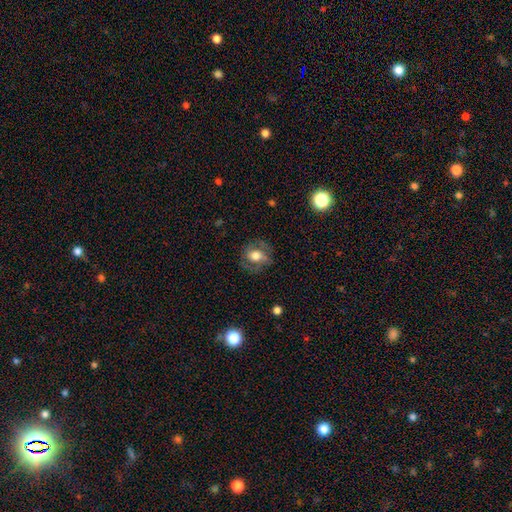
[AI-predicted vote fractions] This is possibly a smooth galaxy (56%). How rounded: likely round (69%). Merging: likely none (73%).